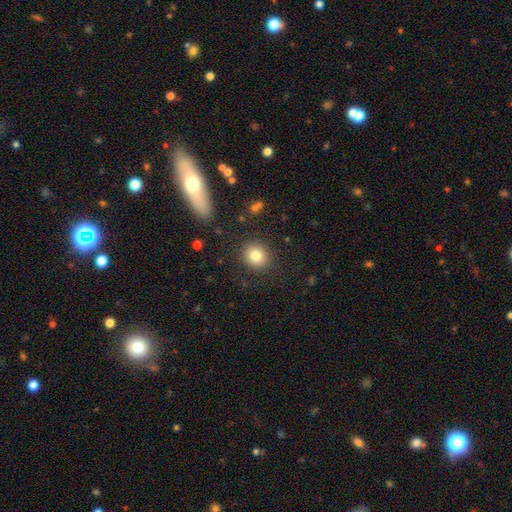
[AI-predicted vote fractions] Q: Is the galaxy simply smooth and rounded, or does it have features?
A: smooth — 82%.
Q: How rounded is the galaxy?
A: round — 84%.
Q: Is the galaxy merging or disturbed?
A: none — 89%.